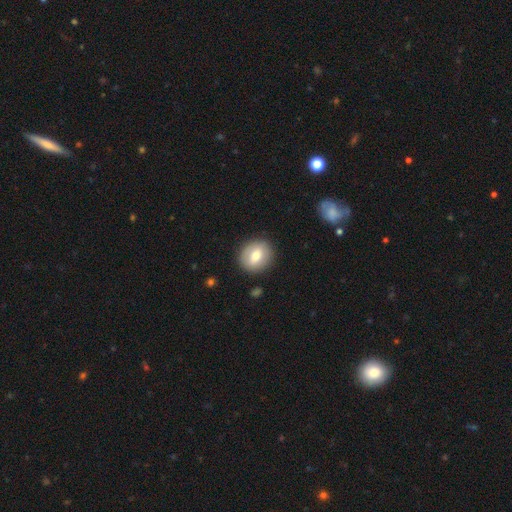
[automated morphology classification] A smooth galaxy with no disk features (71%) that is round (71%). Merging: none (87%).